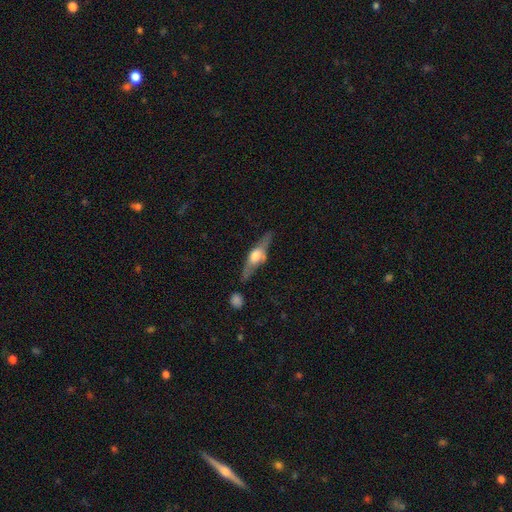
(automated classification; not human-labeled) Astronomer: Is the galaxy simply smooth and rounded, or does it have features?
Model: featured or disk — 68%.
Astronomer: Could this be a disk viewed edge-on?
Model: yes — 92%.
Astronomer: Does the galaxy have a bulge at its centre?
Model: rounded — 89%.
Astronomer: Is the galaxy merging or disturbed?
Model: none — 71%.